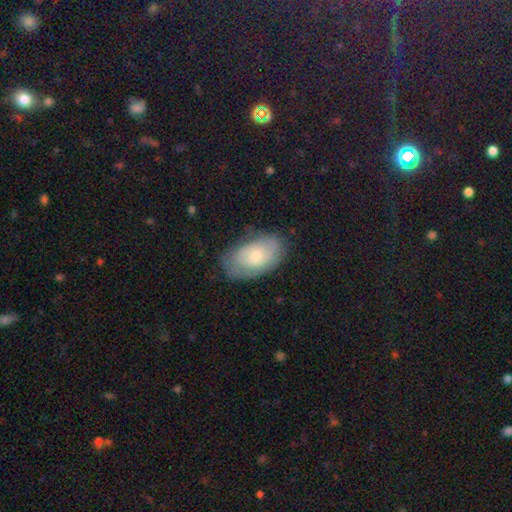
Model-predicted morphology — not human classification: Smooth or featured? Predicted: smooth (p=0.50). Merging? Predicted: none (p=0.72).